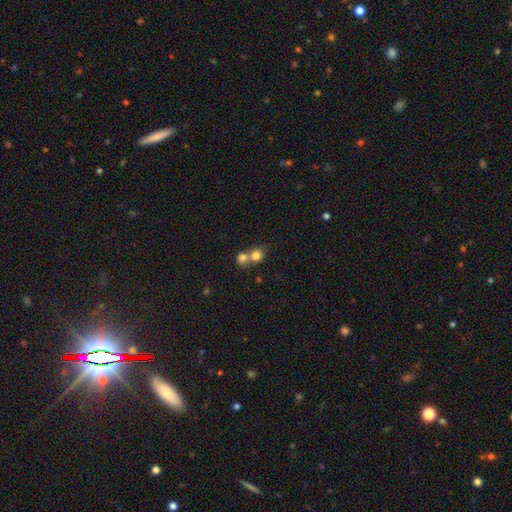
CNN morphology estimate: smooth-or-featured: smooth: 79% | star or artifact: 11% | featured or disk: 10%
  how-rounded: round: 82% | in between: 17% | cigar-shaped: 1%
  merging: merger: 58% | none: 35% | minor disturbance: 5% | major disturbance: 2%